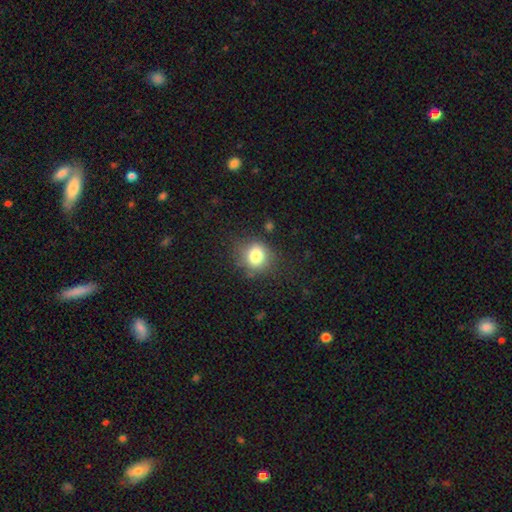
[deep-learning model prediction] Overall: smooth (79%). How rounded: round (79%). Merging: none (79%).